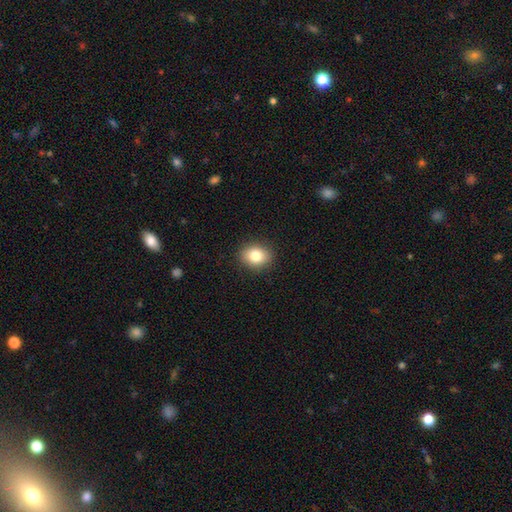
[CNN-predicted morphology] A smooth galaxy with no disk features (82%) that is round (52%). Merging: none (90%).